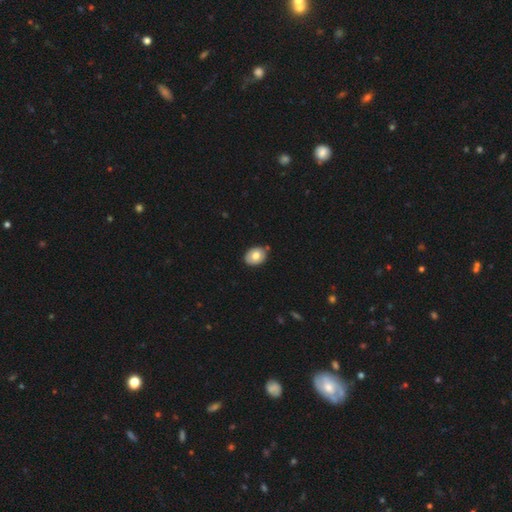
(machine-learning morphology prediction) smooth-or-featured: smooth: 71% | featured or disk: 22% | star or artifact: 7%
  how-rounded: in between: 64% | round: 35% | cigar-shaped: 1%
  merging: none: 80% | minor disturbance: 15% | merger: 3% | major disturbance: 3%